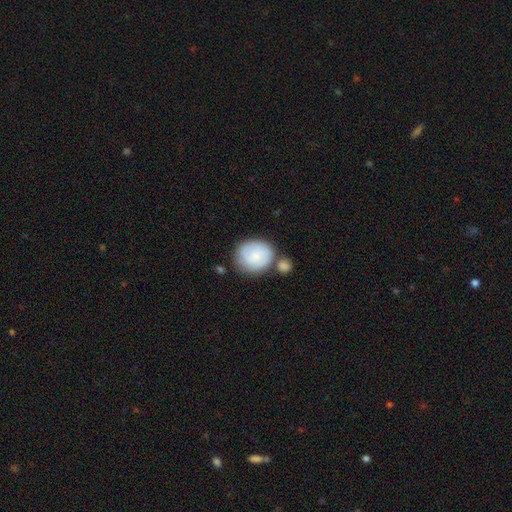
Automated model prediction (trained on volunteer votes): The model was most divided on "merging": none: 57%, merger: 20%, minor disturbance: 18%, major disturbance: 6%. More confident: how rounded — round (75%); smooth or featured — smooth (74%).